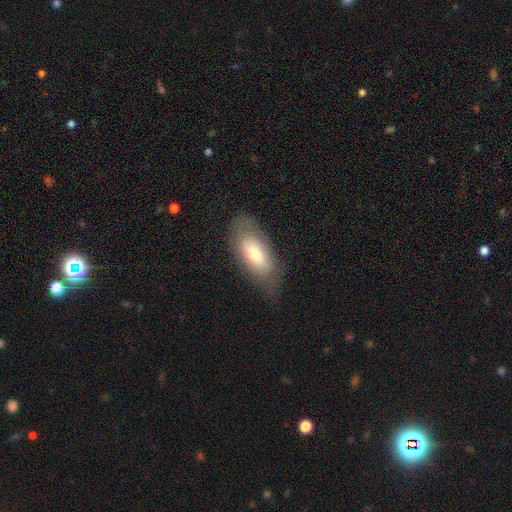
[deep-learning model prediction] This appears to be a smooth galaxy with no disk features (70%) that is in between round and cigar-shaped (87%). Merging: none (71%).